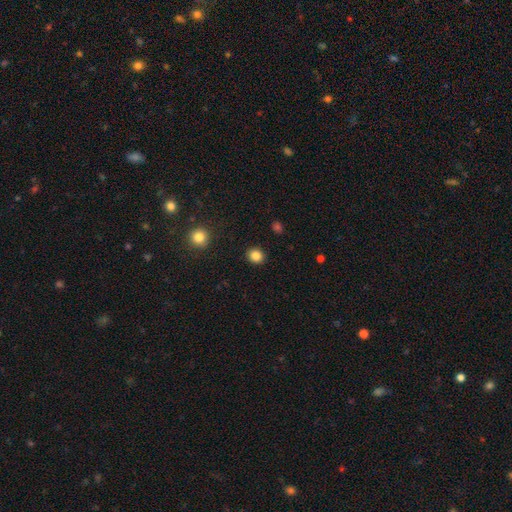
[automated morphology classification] smooth_or_featured: smooth (p=0.85) [alt: star or artifact p=0.10]
how_rounded: round (p=0.78) [alt: in between p=0.22]
merging: none (p=0.91) [alt: minor disturbance p=0.06]